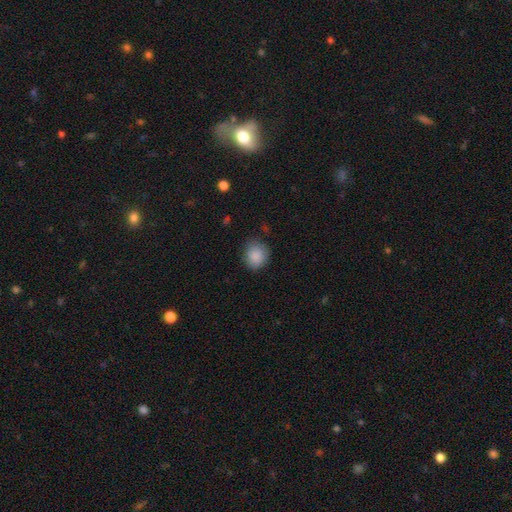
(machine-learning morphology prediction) Overall: smooth (88%). How rounded: round (77%). Merging: none (79%).